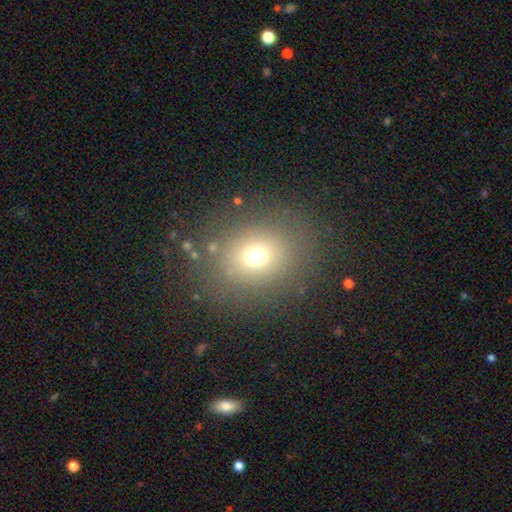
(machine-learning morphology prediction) This appears to be a smooth galaxy with no disk features (69%) that is round (72%). Merging: none (82%).